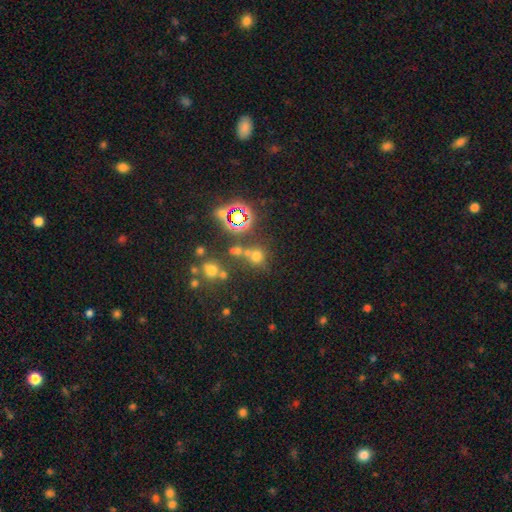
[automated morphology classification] A smooth galaxy with no disk features (57%) that is round (85%). Merging: none (62%).